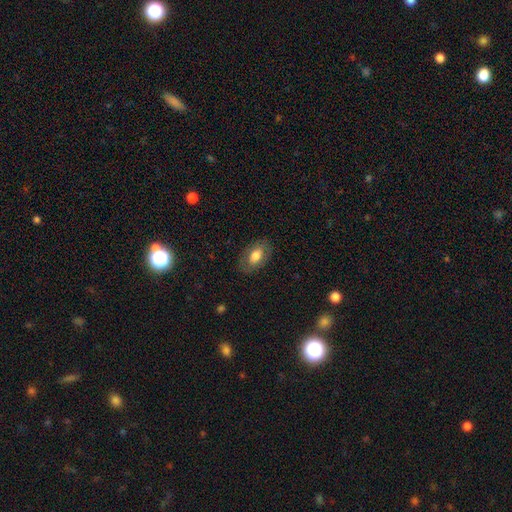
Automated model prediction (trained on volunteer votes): Smooth or featured: smooth — 68% (featured or disk — 25%)
How rounded: in between — 90% (round — 8%)
Merging: none — 81% (minor disturbance — 13%)